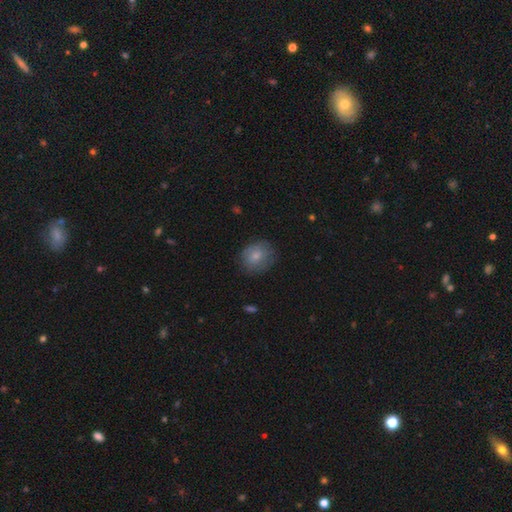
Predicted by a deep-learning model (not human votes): Smooth or featured? smooth (73%)
How rounded? round (67%)
Merging? none (73%)